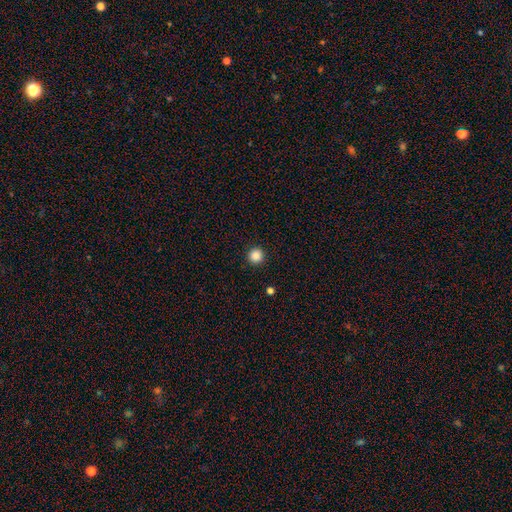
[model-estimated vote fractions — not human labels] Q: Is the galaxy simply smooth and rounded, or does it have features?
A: smooth — 87%.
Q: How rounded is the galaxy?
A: round — 96%.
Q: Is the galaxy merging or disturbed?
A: none — 93%.